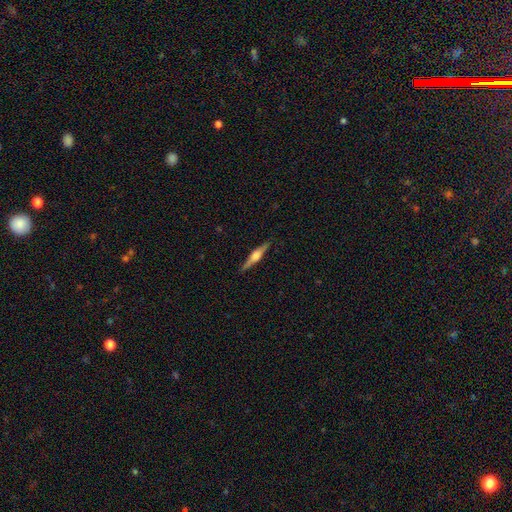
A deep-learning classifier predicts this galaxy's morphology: smooth_or_featured: featured or disk (p=0.75) [alt: smooth p=0.19]
disk_edge_on: yes (p=0.98) [alt: no p=0.02]
edge_on_bulge: rounded (p=0.84) [alt: boxy p=0.13]
merging: none (p=0.90) [alt: minor disturbance p=0.07]